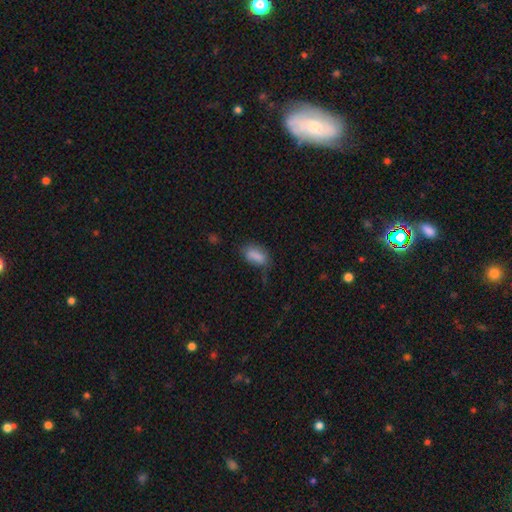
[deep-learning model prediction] Smooth or featured?
  - smooth: 82% *
  - star or artifact: 9%
  - featured or disk: 9%
How rounded?
  - in between: 88% *
  - cigar-shaped: 7%
  - round: 6%
Merging?
  - none: 53% *
  - minor disturbance: 31%
  - major disturbance: 12%
  - merger: 4%